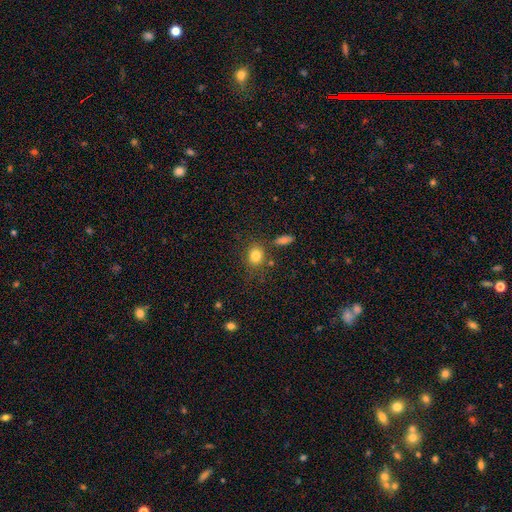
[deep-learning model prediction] smooth_or_featured: smooth (p=0.82) [alt: star or artifact p=0.11]
how_rounded: round (p=0.61) [alt: in between p=0.38]
merging: none (p=0.74) [alt: minor disturbance p=0.13]